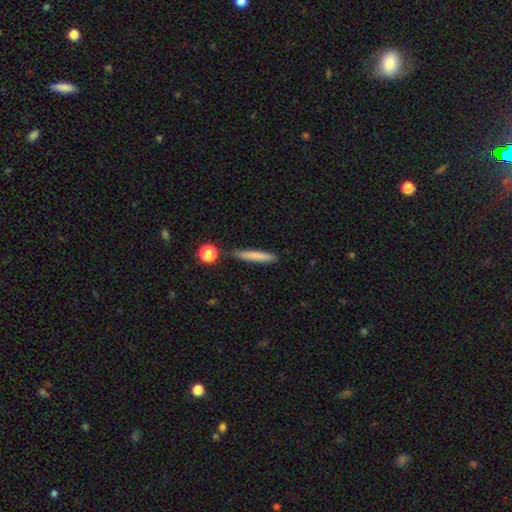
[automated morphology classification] Smooth or featured? smooth (78%)
How rounded? cigar-shaped (93%)
Merging? none (80%)